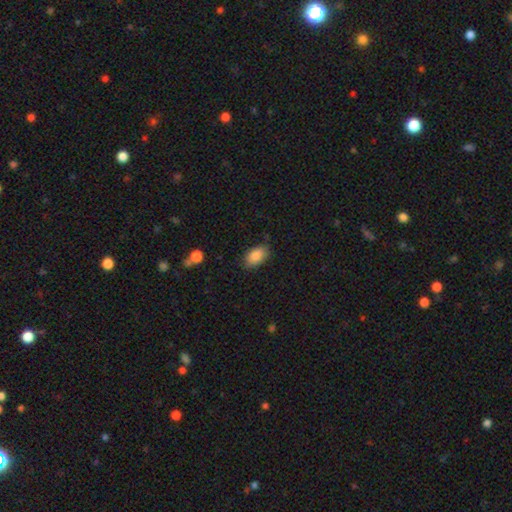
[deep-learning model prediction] smooth-or-featured: smooth: 86% | star or artifact: 7% | featured or disk: 6%
  how-rounded: in between: 92% | round: 7% | cigar-shaped: 2%
  merging: none: 80% | minor disturbance: 15% | major disturbance: 3% | merger: 2%